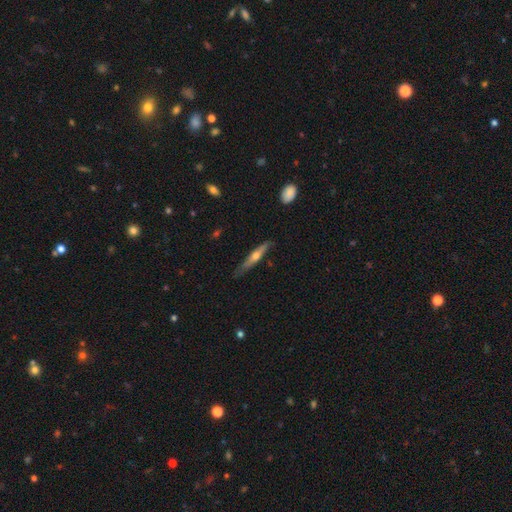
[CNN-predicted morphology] The model was most divided on "smooth or featured": featured or disk: 52%, smooth: 43%, star or artifact: 6%. More confident: edge-on disk — yes (91%); merging — none (70%).